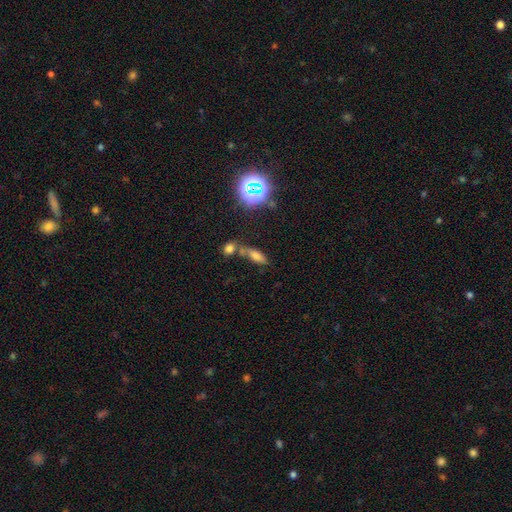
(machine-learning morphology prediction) type=smooth (65%); roundness=in between (68%); merging=none (46%).